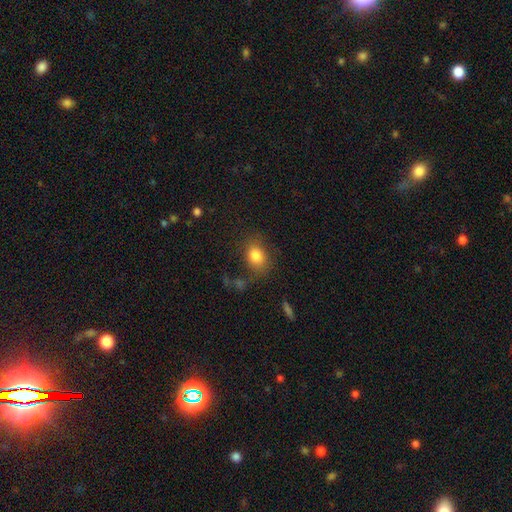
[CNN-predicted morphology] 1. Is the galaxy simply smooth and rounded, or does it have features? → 82% smooth, 10% star or artifact, 8% featured or disk.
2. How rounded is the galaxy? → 62% in between, 37% round, 1% cigar-shaped.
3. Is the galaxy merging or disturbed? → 71% none, 17% minor disturbance, 8% major disturbance, 4% merger.